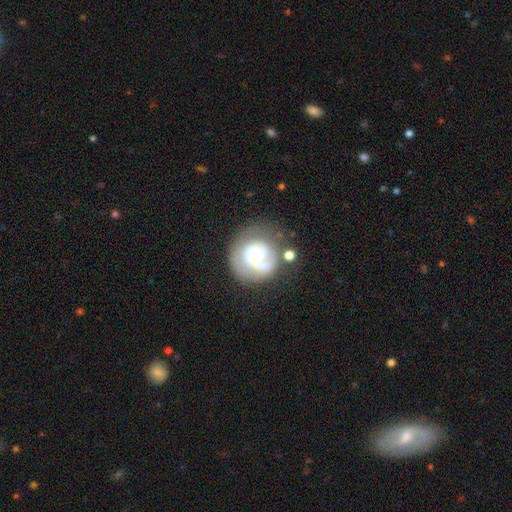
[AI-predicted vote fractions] A featured or disk galaxy (64%) with no bar (76%), spiral arms (76%) and a small central bulge (57%).

Vote fractions:
- Smooth or featured? featured or disk: 64% / smooth: 29% / star or artifact: 7%
- Edge-on disk? no: 98% / yes: 2%
- Bar? no: 76% / weak: 20% / strong: 4%
- Spiral arms? yes: 76% / no: 24%
- Bulge size? small: 57% / moderate: 33% / large: 5% / none: 3% / dominant: 2%
- Merging? none: 60% / minor disturbance: 19% / major disturbance: 14% / merger: 6%